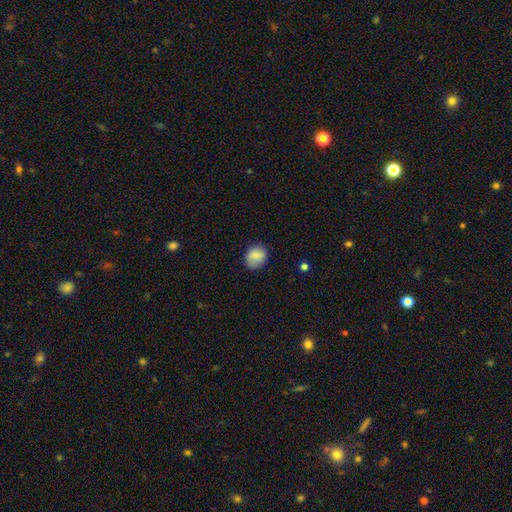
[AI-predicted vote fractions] This is clearly a smooth galaxy (83%). How rounded: likely round (63%). Merging: clearly none (80%).